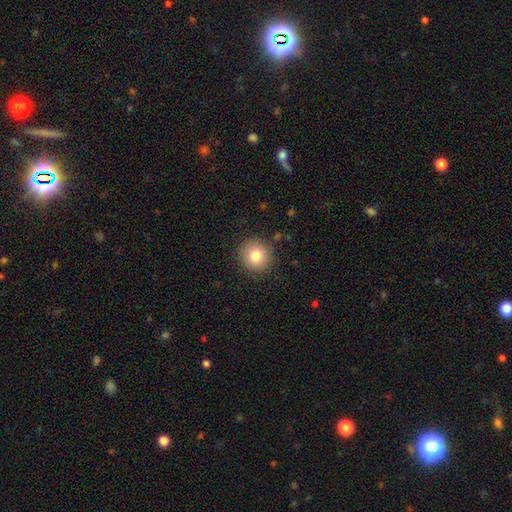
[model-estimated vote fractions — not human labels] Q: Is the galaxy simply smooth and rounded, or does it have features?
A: smooth — 80%.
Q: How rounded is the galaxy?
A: round — 92%.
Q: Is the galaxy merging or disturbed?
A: none — 89%.